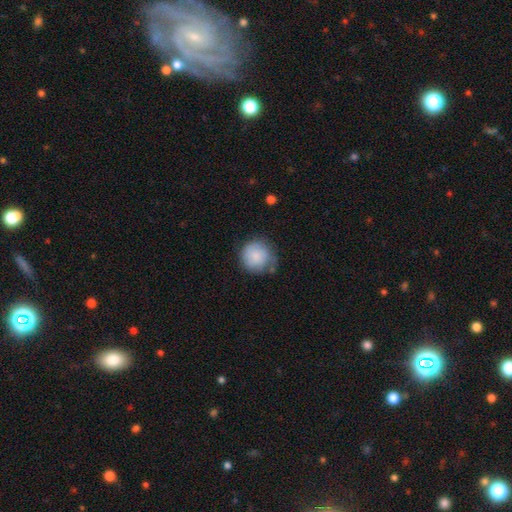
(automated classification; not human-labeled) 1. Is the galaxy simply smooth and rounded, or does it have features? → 80% smooth, 13% featured or disk, 7% star or artifact.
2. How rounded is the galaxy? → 91% round, 8% in between, 1% cigar-shaped.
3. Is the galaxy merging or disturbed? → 61% none, 27% minor disturbance, 8% major disturbance, 4% merger.